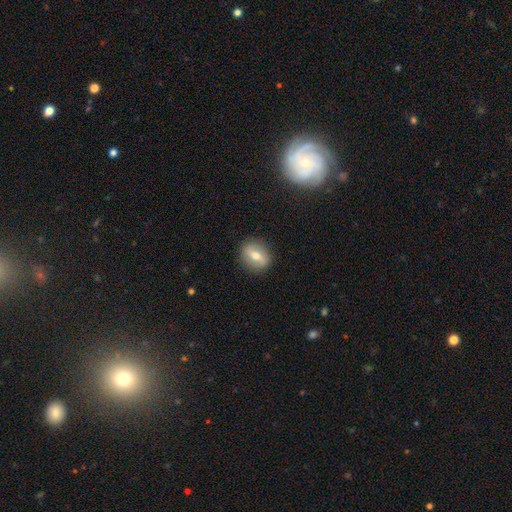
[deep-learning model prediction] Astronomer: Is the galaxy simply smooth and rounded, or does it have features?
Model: featured or disk — 47% (runner-up: smooth, 45%).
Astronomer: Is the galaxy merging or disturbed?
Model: none — 87%.